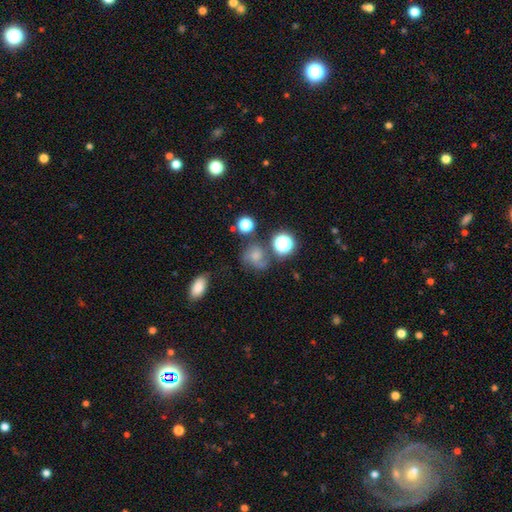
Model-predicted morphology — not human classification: This appears to be a smooth galaxy with no disk features (46%). Merging: none (55%).